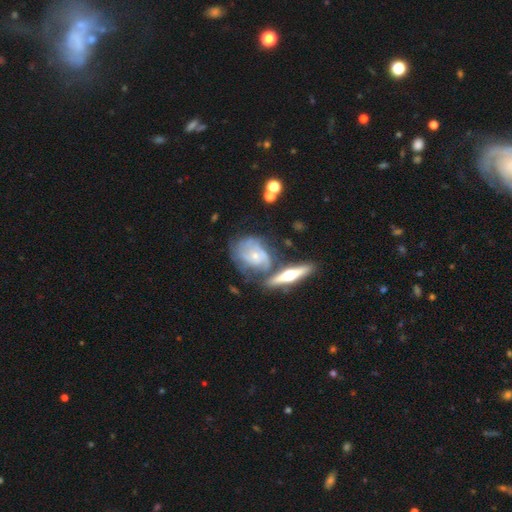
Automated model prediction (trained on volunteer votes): smooth-or-featured: featured or disk: 78% | smooth: 15% | star or artifact: 6%
  disk-edge-on: no: 88% | yes: 12%
    bar: no: 77% | weak: 18% | strong: 4%
    has-spiral-arms: yes: 85% | no: 15%
      spiral-winding: tight: 58% | medium: 31% | loose: 11%
      spiral-arm-count: can't tell: 39% | 2: 28% | 3: 19% | 4: 7% | 1: 4% | more than 4: 4%
    bulge-size: small: 69% | moderate: 26% | none: 2% | large: 2% | dominant: 1%
  merging: none: 47% | minor disturbance: 23% | merger: 17% | major disturbance: 13%